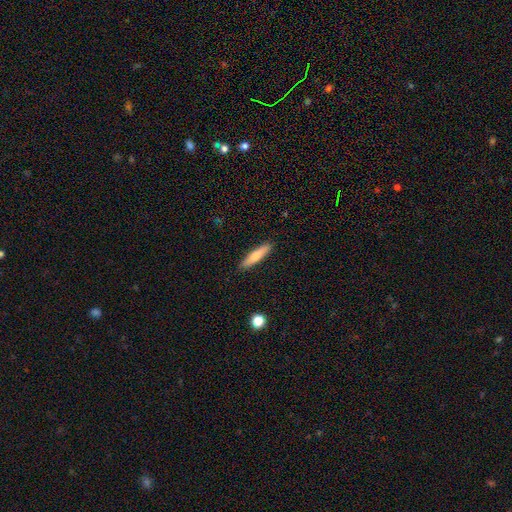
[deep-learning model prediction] smooth 62%, featured or disk 32%, star or artifact 6%. Down the decision tree: how rounded — cigar-shaped (83%); merging — none (90%).